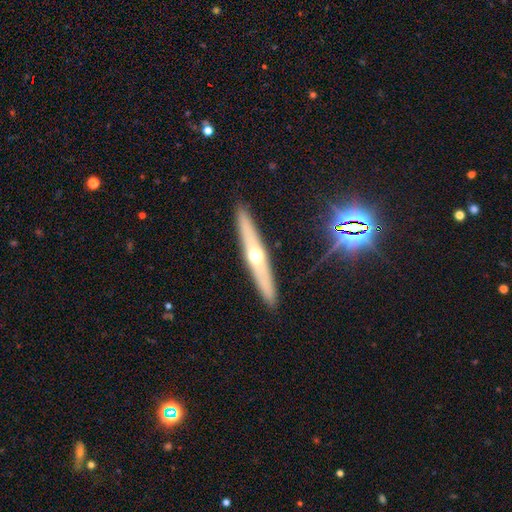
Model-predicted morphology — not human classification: smooth_or_featured: featured or disk (p=0.61) [alt: smooth p=0.30]
disk_edge_on: yes (p=0.91) [alt: no p=0.09]
edge_on_bulge: rounded (p=0.88) [alt: none p=0.10]
merging: none (p=0.91) [alt: minor disturbance p=0.07]